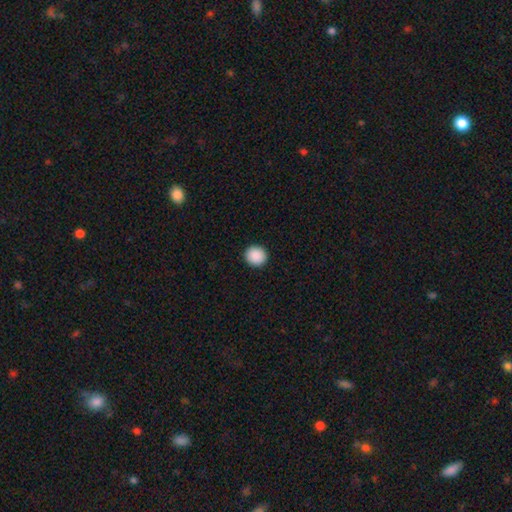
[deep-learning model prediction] This is clearly a smooth galaxy (90%). How rounded: clearly round (90%). Merging: clearly none (93%).